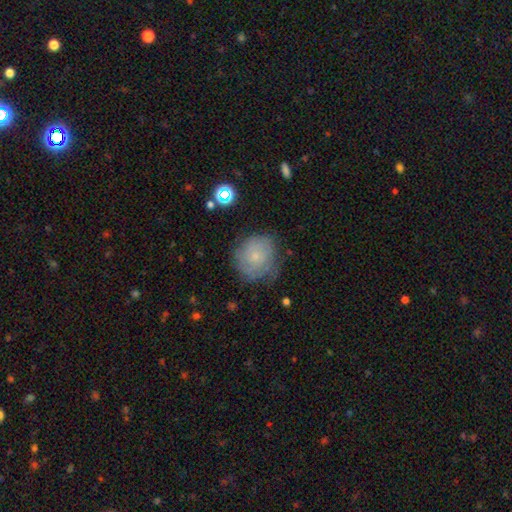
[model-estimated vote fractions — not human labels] A smooth galaxy with no disk features (58%) that is round (85%). Merging: none (63%).